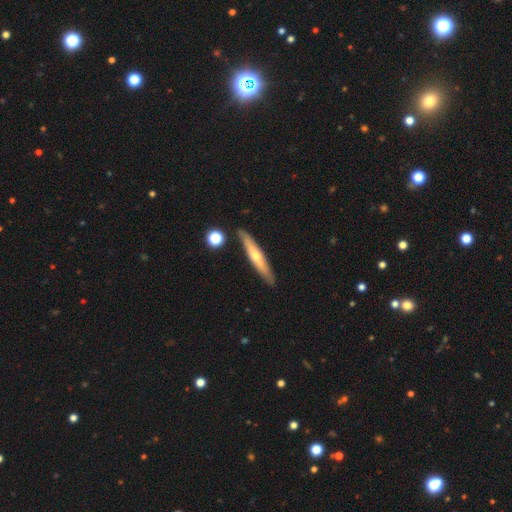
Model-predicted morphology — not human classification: smooth_or_featured: featured or disk (p=0.53) [alt: smooth p=0.41]
disk_edge_on: yes (p=0.91) [alt: no p=0.09]
merging: none (p=0.86) [alt: minor disturbance p=0.09]